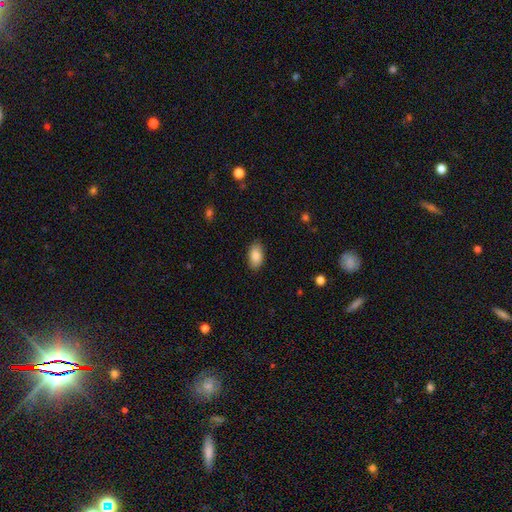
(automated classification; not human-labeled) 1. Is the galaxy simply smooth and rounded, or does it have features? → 87% smooth, 7% star or artifact, 6% featured or disk.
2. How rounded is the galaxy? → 93% in between, 4% round, 2% cigar-shaped.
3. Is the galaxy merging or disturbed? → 87% none, 10% minor disturbance, 2% major disturbance, 1% merger.